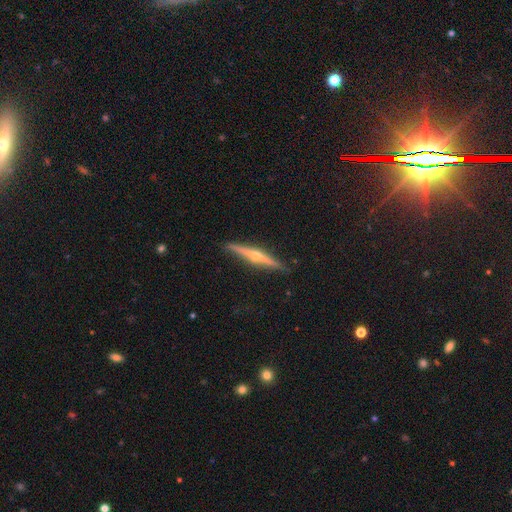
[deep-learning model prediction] A featured or disk galaxy (77%) viewed edge-on (98%) with a rounded central bulge (88%). Merging: none (90%).